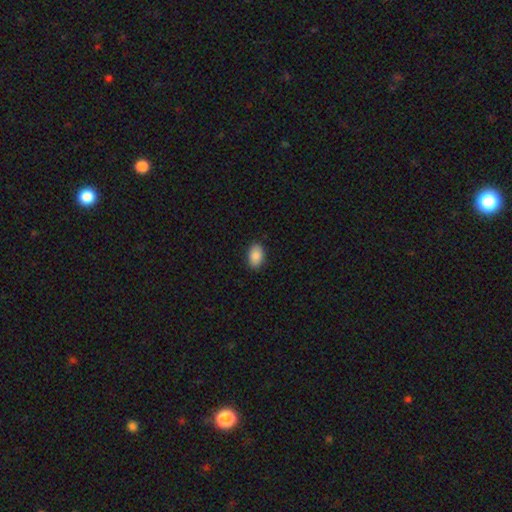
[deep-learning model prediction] Q: Smooth or featured?
A: smooth (89%); runner-up: star or artifact (7%)
Q: How rounded?
A: in between (90%); runner-up: round (8%)
Q: Merging?
A: none (89%); runner-up: minor disturbance (8%)